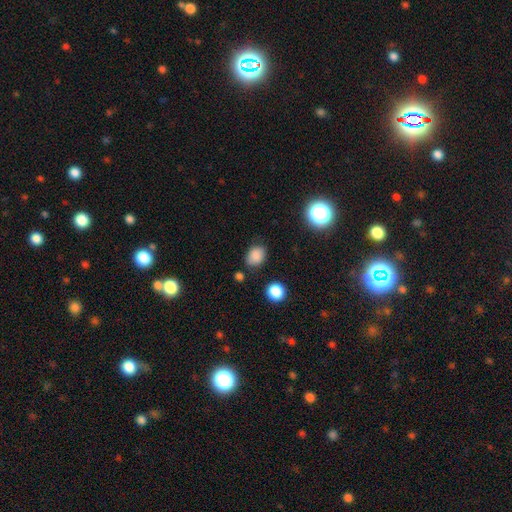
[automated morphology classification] This appears to be a smooth galaxy with no disk features (83%) that is in between round and cigar-shaped (63%). Merging: none (73%).